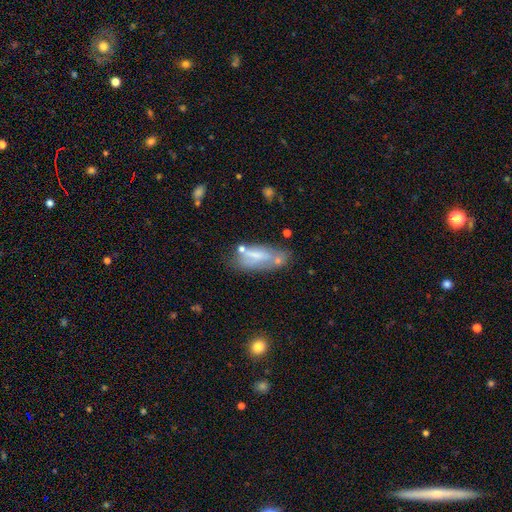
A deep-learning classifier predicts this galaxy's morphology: Smooth or featured? smooth (54%)
How rounded? in between (70%)
Merging? none (41%)